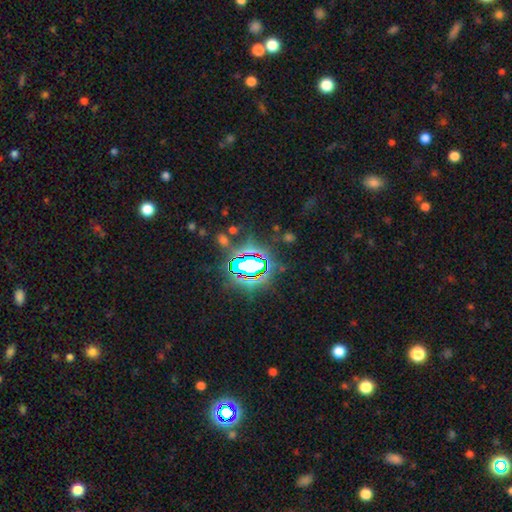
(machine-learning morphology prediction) smooth-or-featured: star or artifact: 82% | smooth: 11% | featured or disk: 8%